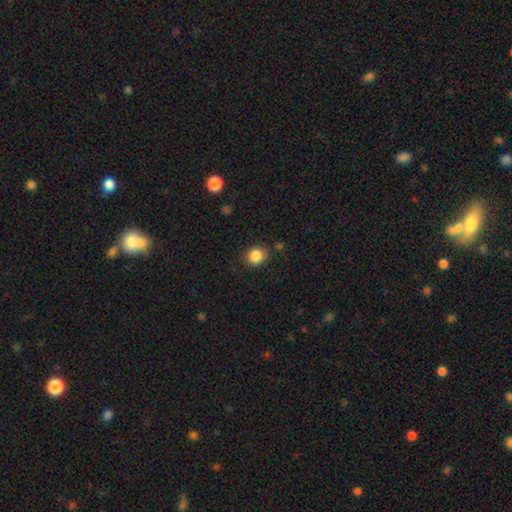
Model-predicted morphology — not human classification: Smooth or featured? smooth (86%)
How rounded? round (76%)
Merging? none (85%)